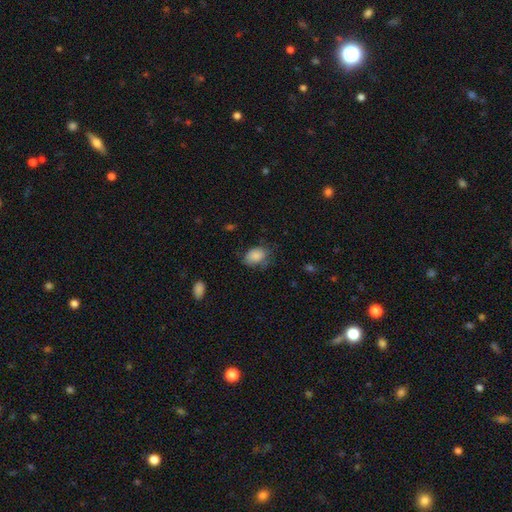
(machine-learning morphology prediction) smooth_or_featured: smooth (p=0.85) [alt: star or artifact p=0.08]
how_rounded: in between (p=0.81) [alt: round p=0.18]
merging: none (p=0.58) [alt: minor disturbance p=0.30]